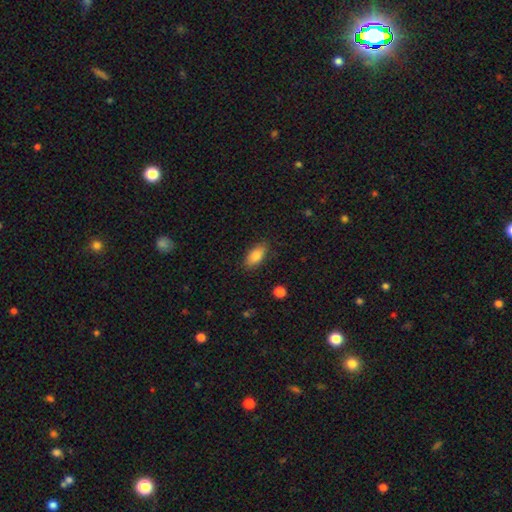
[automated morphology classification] This appears to be a smooth galaxy with no disk features (84%) that is in between round and cigar-shaped (87%). Merging: none (83%).